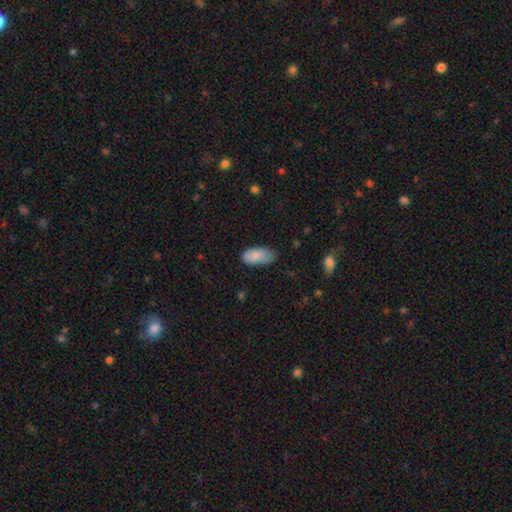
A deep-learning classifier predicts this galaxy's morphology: type=smooth (84%); roundness=in between (93%); merging=none (64%).